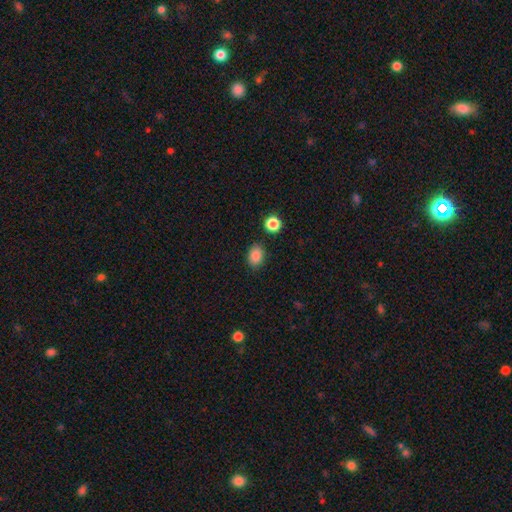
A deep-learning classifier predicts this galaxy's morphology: A smooth galaxy with no disk features (86%) that is in between round and cigar-shaped (72%). Merging: none (85%).